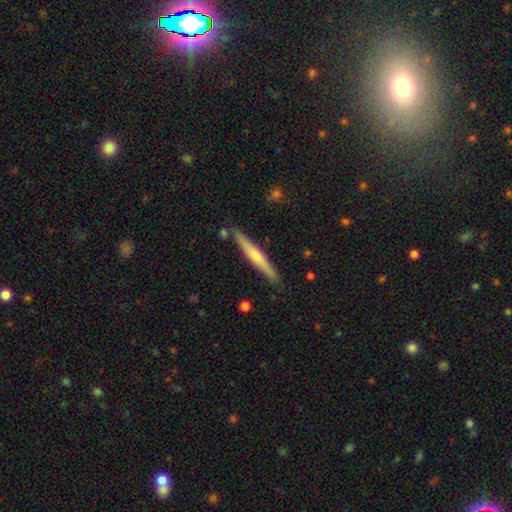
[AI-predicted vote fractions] smooth_or_featured: featured or disk (p=0.52) [alt: smooth p=0.42]
disk_edge_on: yes (p=0.97) [alt: no p=0.03]
edge_on_bulge: rounded (p=0.62) [alt: none p=0.27]
merging: none (p=0.86) [alt: minor disturbance p=0.09]